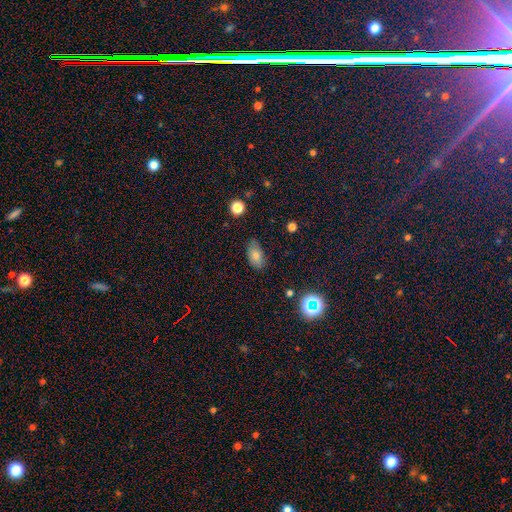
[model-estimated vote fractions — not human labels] smooth 75%, featured or disk 14%, star or artifact 11%. Down the decision tree: how rounded — in between (91%); merging — none (75%).